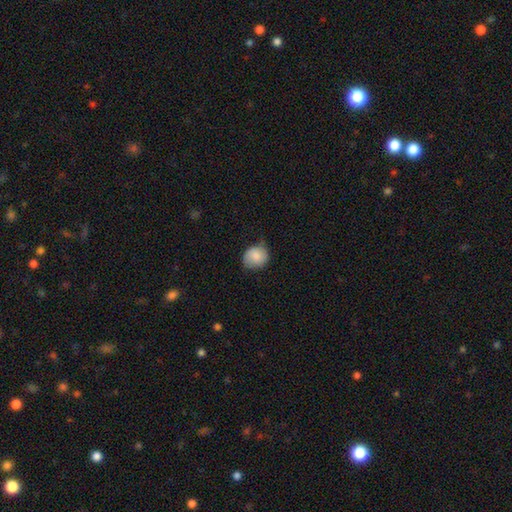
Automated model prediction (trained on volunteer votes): smooth-or-featured: smooth: 78% | featured or disk: 14% | star or artifact: 7%
  how-rounded: round: 71% | in between: 28% | cigar-shaped: 1%
  merging: none: 59% | minor disturbance: 33% | major disturbance: 7% | merger: 1%